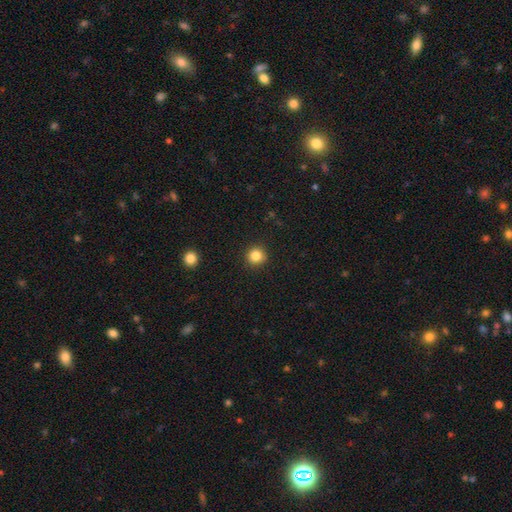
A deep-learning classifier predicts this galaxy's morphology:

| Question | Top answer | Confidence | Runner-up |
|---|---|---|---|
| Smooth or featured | smooth | 84% | star or artifact (11%) |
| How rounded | round | 93% | in between (6%) |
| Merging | none | 91% | minor disturbance (6%) |